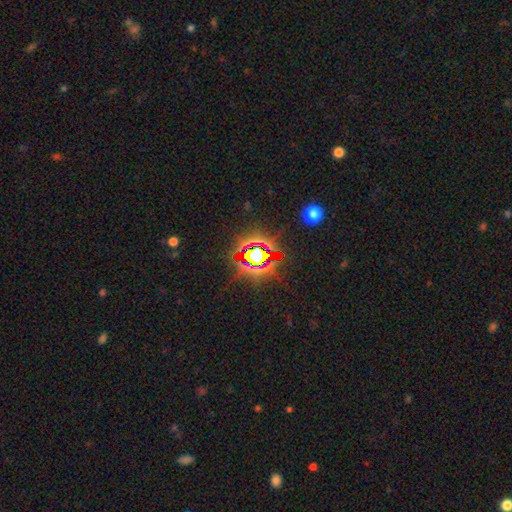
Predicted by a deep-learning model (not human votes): Smooth or featured?
  - star or artifact: 78% *
  - smooth: 11%
  - featured or disk: 11%